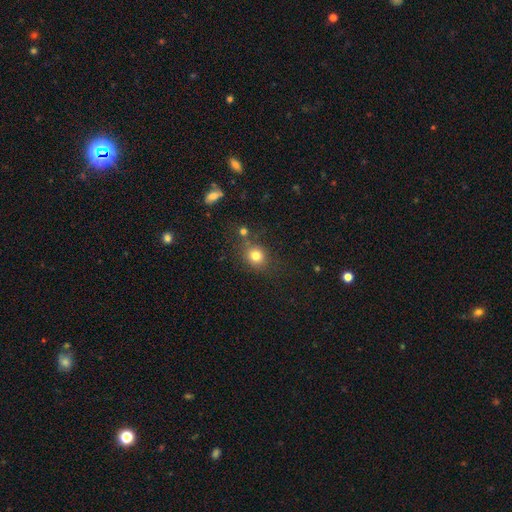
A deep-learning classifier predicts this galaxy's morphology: type=smooth (79%); roundness=round (78%); merging=none (73%).